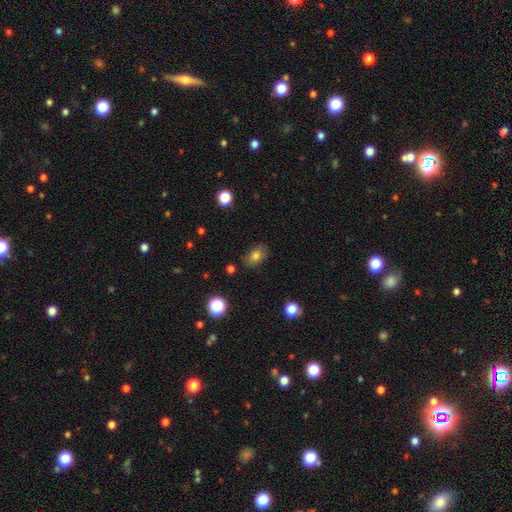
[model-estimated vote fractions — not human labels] Morphology: type=smooth (77%); roundness=in between (80%); merging=none (83%).